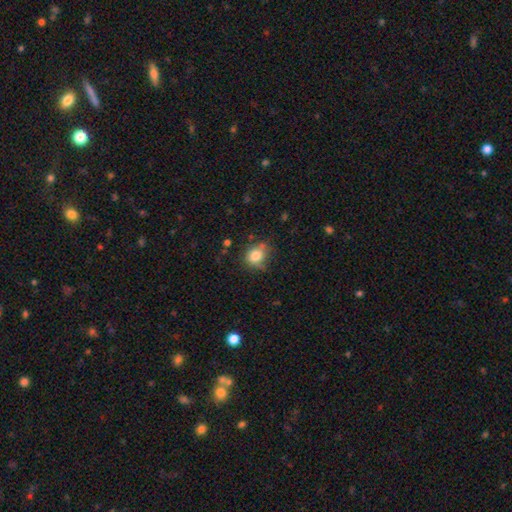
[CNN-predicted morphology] smooth 80%, star or artifact 11%, featured or disk 9%. Down the decision tree: how rounded — round (72%); merging — none (60%).